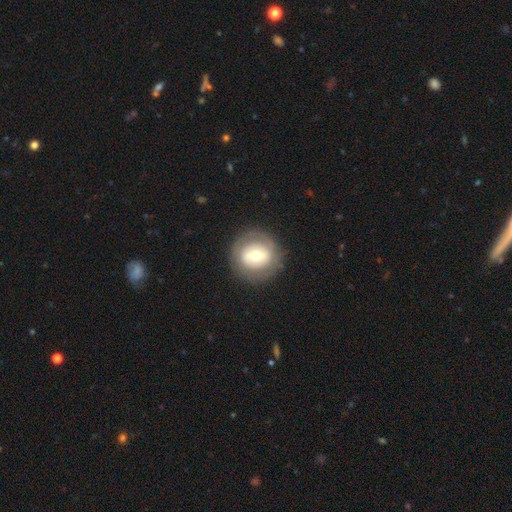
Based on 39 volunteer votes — Smooth or featured: featured or disk — 59% (smooth — 41%)
Edge-on disk: no — 78% (yes — 22%)
Bar: no — 50% (weak — 39%)
Spiral arms: no — 67% (yes — 33%)
Bulge size: moderate — 61% (small — 28%)
Merging: none — 87% (minor disturbance — 13%)